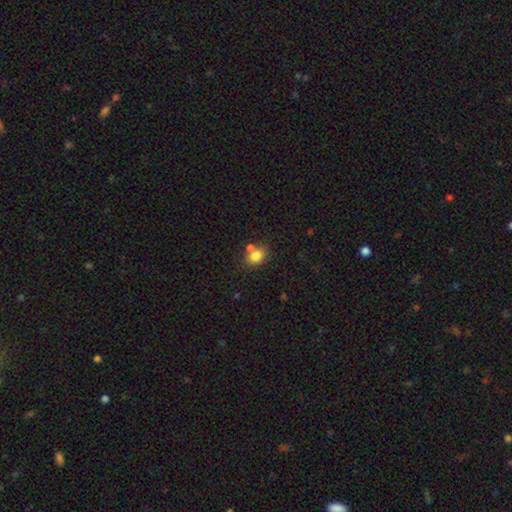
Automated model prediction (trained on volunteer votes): Smooth or featured: smooth — 80% (star or artifact — 11%)
How rounded: in between — 52% (round — 47%)
Merging: none — 58% (merger — 25%)